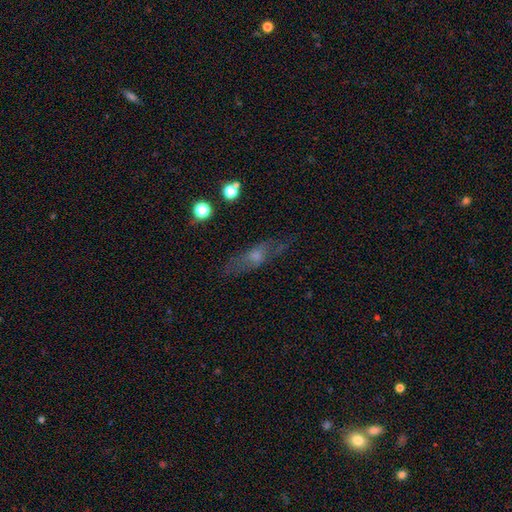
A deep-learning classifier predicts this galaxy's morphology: A featured or disk galaxy (51%) viewed edge-on (55%).

Vote fractions:
- Smooth or featured? featured or disk: 51% / smooth: 34% / star or artifact: 15%
- Edge-on disk? yes: 55% / no: 45%
- Merging? none: 72% / minor disturbance: 18% / major disturbance: 8% / merger: 2%